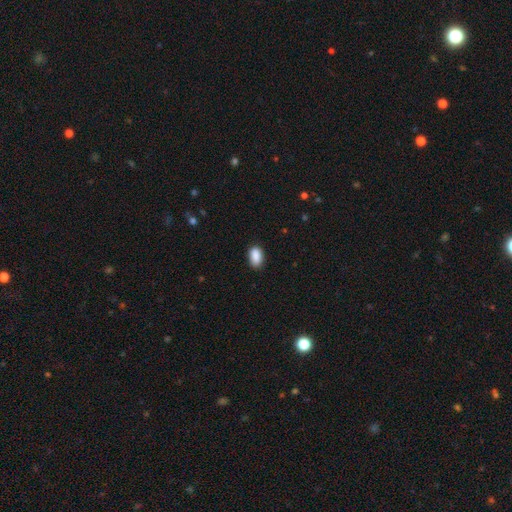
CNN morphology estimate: smooth_or_featured: smooth (p=0.89) [alt: star or artifact p=0.08]
how_rounded: in between (p=0.92) [alt: round p=0.06]
merging: none (p=0.83) [alt: minor disturbance p=0.14]